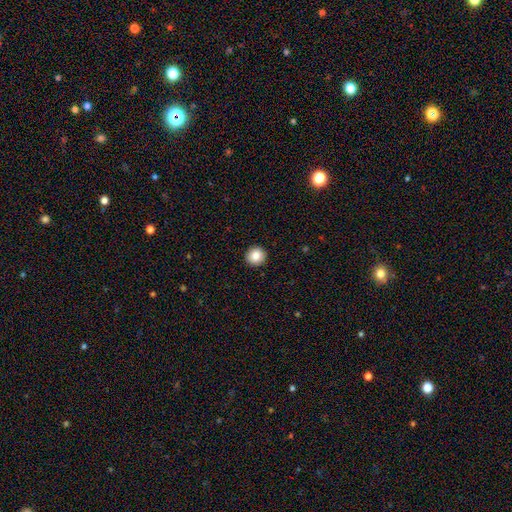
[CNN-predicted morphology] Overall: smooth (86%). How rounded: round (95%). Merging: none (93%).